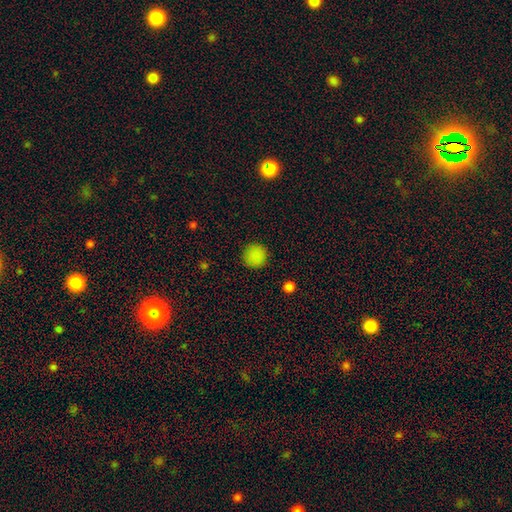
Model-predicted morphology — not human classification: Overall: smooth (86%). How rounded: round (94%). Merging: none (91%).